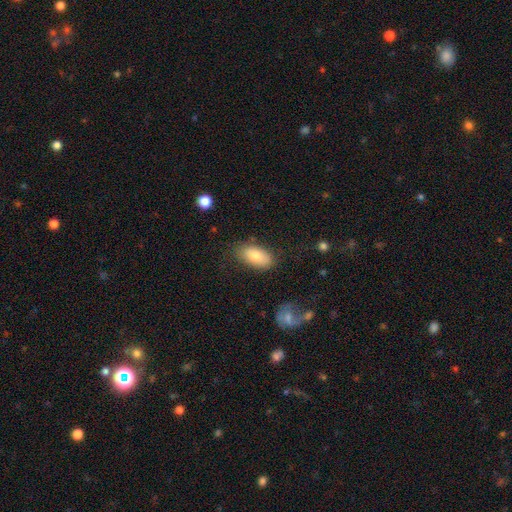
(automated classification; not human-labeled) Smooth or featured?
  - smooth: 79% *
  - featured or disk: 14%
  - star or artifact: 7%
How rounded?
  - in between: 92% *
  - round: 4%
  - cigar-shaped: 4%
Merging?
  - none: 79% *
  - minor disturbance: 15%
  - major disturbance: 4%
  - merger: 2%